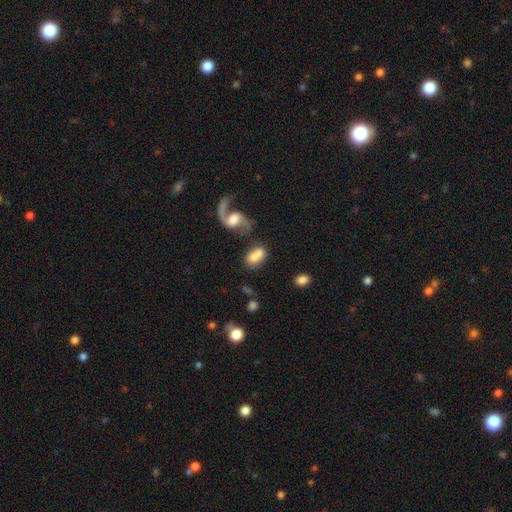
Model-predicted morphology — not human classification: Smooth or featured? Predicted: smooth (p=0.64). How rounded? Predicted: in between (p=0.81). Merging? Predicted: merger (p=0.46).